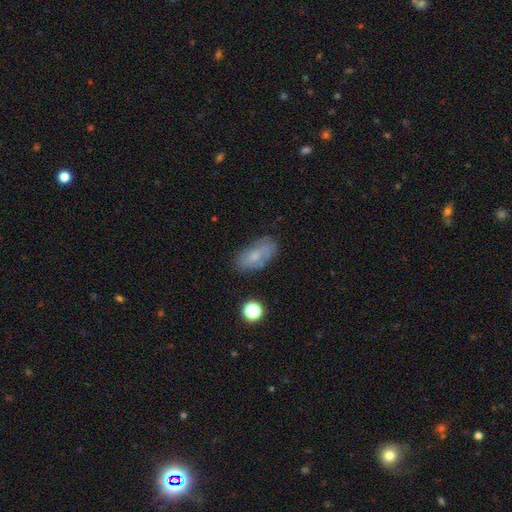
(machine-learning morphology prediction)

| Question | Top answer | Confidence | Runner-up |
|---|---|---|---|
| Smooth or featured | smooth | 61% | featured or disk (29%) |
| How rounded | in between | 89% | cigar-shaped (6%) |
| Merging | none | 70% | minor disturbance (21%) |